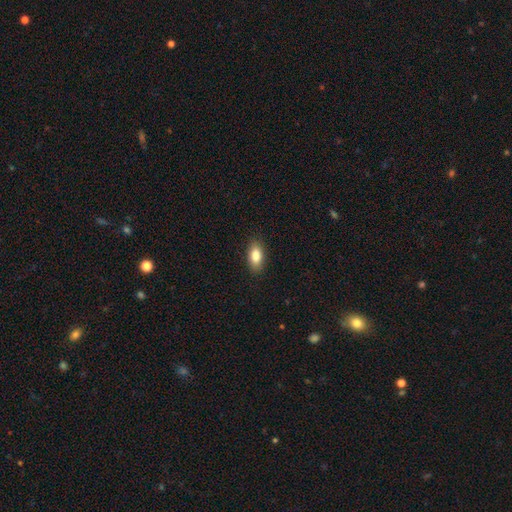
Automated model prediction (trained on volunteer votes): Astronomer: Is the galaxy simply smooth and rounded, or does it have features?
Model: smooth — 85%.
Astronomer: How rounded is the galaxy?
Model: in between — 89%.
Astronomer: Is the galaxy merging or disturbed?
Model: none — 87%.